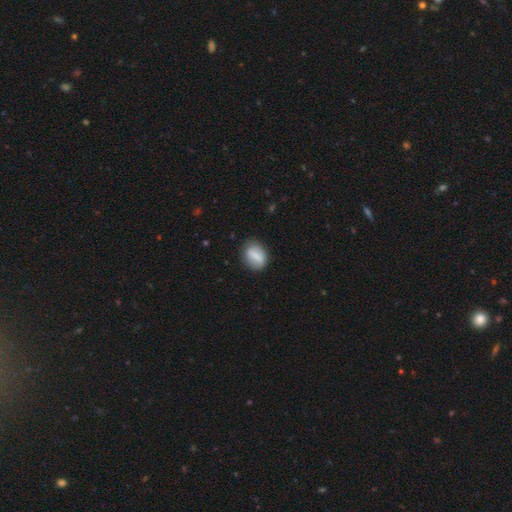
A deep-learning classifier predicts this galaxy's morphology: Overall: smooth (70%). How rounded: in between (68%). Merging: none (81%).